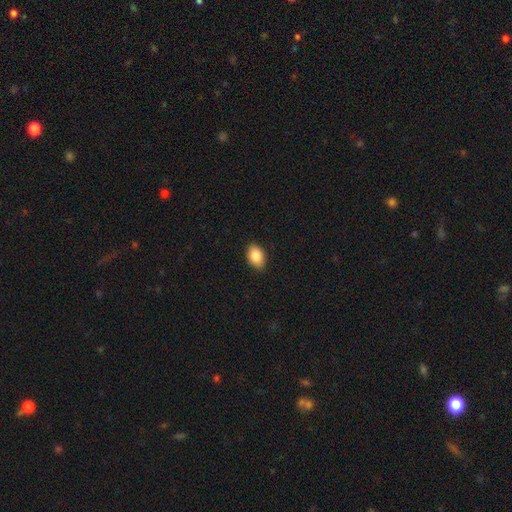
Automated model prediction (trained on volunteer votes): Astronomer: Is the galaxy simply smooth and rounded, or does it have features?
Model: smooth — 88%.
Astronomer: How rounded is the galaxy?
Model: in between — 86%.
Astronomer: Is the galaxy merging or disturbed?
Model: none — 87%.